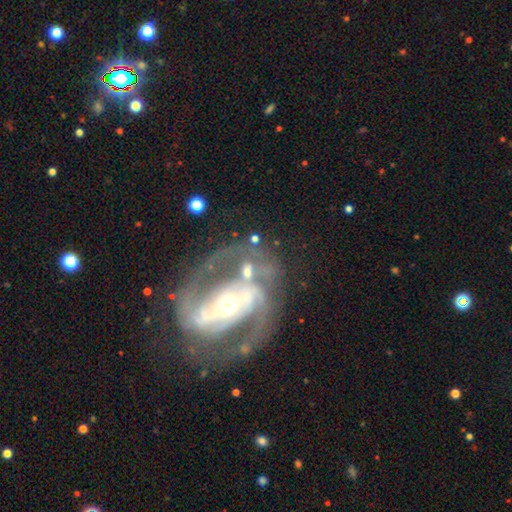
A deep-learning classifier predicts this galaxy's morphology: Q: Smooth or featured?
A: featured or disk (90%); runner-up: star or artifact (6%)
Q: Edge-on disk?
A: no (97%); runner-up: yes (3%)
Q: Bar?
A: strong (51%); runner-up: weak (28%)
Q: Spiral arms?
A: yes (97%); runner-up: no (3%)
Q: Spiral winding?
A: medium (55%); runner-up: tight (30%)
Q: Spiral arm count?
A: 2 (76%); runner-up: 3 (12%)
Q: Bulge size?
A: moderate (58%); runner-up: small (33%)
Q: Merging?
A: none (61%); runner-up: minor disturbance (17%)